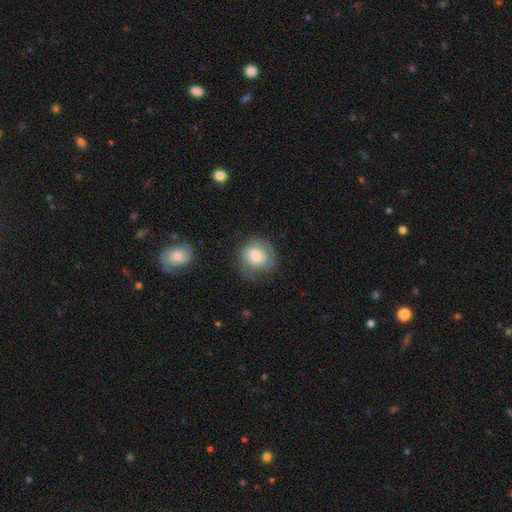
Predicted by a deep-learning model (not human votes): Q: Smooth or featured?
A: smooth (59%); runner-up: featured or disk (33%)
Q: How rounded?
A: round (82%); runner-up: in between (17%)
Q: Merging?
A: none (63%); runner-up: minor disturbance (23%)